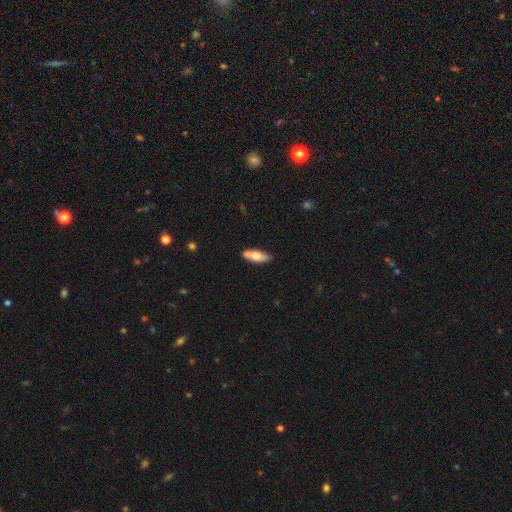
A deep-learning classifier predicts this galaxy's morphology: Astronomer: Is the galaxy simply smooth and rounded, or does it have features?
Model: smooth — 63%.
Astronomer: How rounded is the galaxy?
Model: in between — 68%.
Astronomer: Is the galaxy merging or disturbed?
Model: none — 56%.